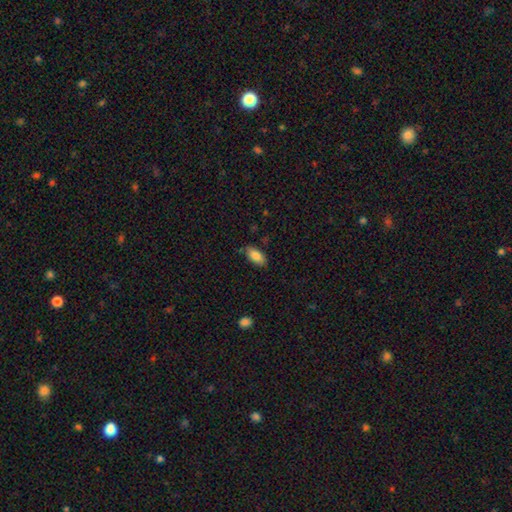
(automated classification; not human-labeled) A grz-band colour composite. It shows a smooth galaxy with no disk features (84%) that is in between round and cigar-shaped (91%). Merging: none (79%).